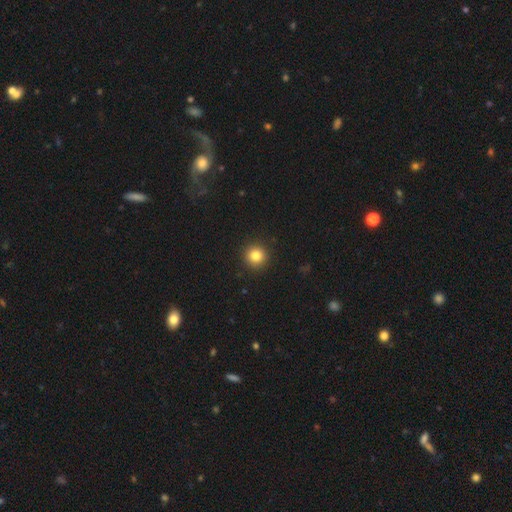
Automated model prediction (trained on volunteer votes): Smooth or featured?
  - smooth: 83% *
  - star or artifact: 11%
  - featured or disk: 6%
How rounded?
  - round: 95% *
  - in between: 4%
  - cigar-shaped: 1%
Merging?
  - none: 93% *
  - minor disturbance: 5%
  - major disturbance: 2%
  - merger: 1%